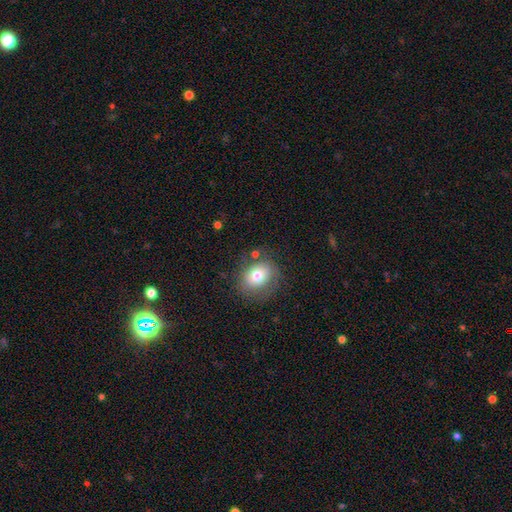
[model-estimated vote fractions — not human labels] Overall: smooth (64%). How rounded: round (62%; in between 37%). Merging: none (77%).